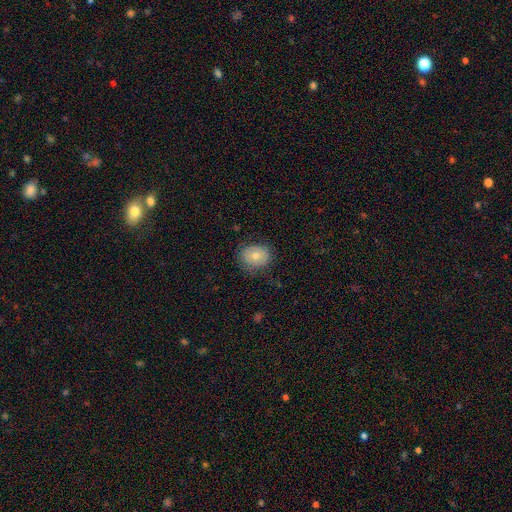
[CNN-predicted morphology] Smooth or featured: smooth — 71% (featured or disk — 20%)
How rounded: round — 59% (in between — 40%)
Merging: none — 75% (minor disturbance — 18%)